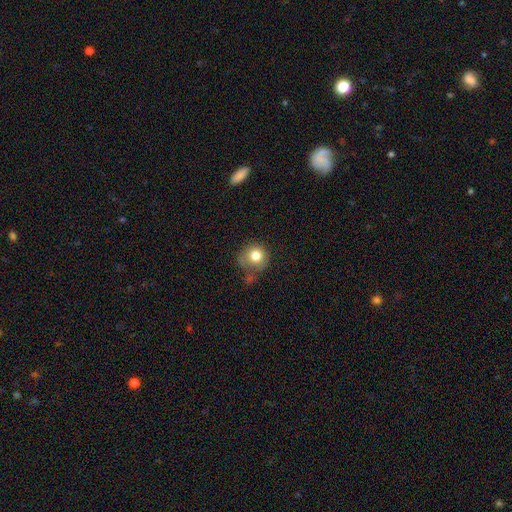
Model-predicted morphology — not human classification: Smooth or featured? Predicted: smooth (p=0.80). How rounded? Predicted: round (p=0.88). Merging? Predicted: none (p=0.52).